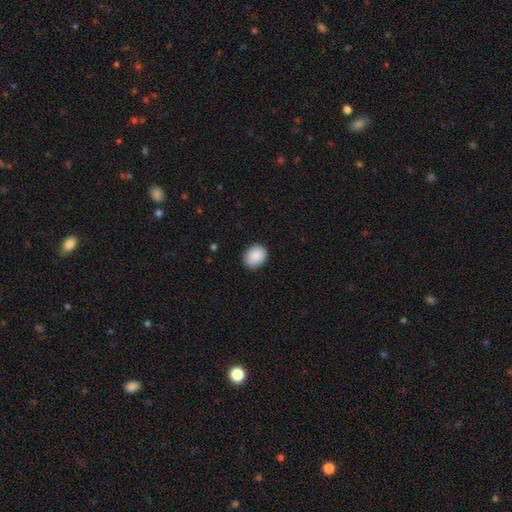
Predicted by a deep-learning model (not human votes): smooth_or_featured: smooth (p=0.89) [alt: star or artifact p=0.07]
how_rounded: round (p=0.60) [alt: in between p=0.40]
merging: none (p=0.86) [alt: minor disturbance p=0.11]